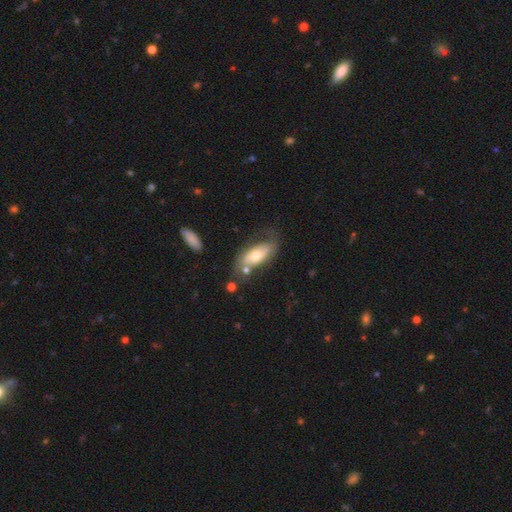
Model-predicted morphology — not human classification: Q: Smooth or featured?
A: smooth (53%); runner-up: featured or disk (40%)
Q: How rounded?
A: in between (82%); runner-up: cigar-shaped (15%)
Q: Merging?
A: none (54%); runner-up: minor disturbance (24%)